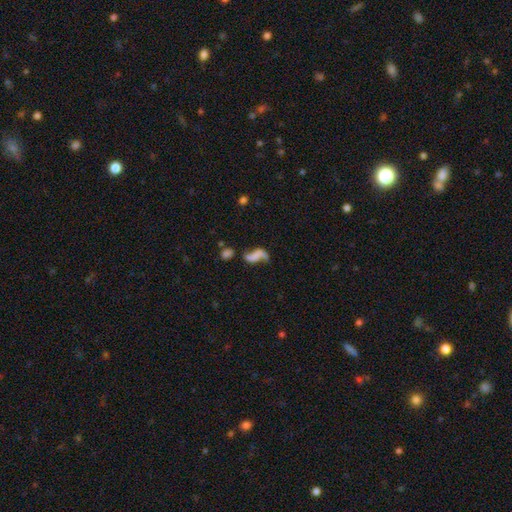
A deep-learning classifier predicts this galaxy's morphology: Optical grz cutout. It shows a featured or disk galaxy (57%) with no bar (60%), spiral arms (74%) and no central bulge (72%). Merging: none (38%).